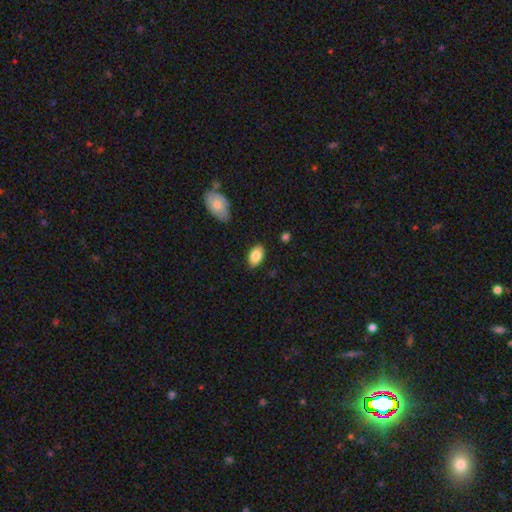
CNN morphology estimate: This is clearly a smooth galaxy (85%). How rounded: clearly in between (93%). Merging: clearly none (84%).